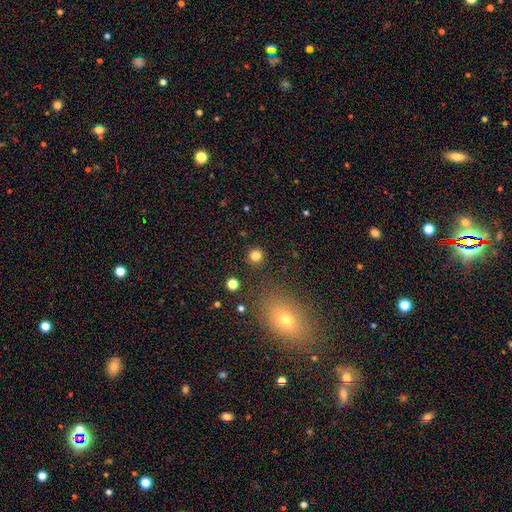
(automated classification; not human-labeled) Q: Smooth or featured?
A: smooth (81%); runner-up: star or artifact (14%)
Q: How rounded?
A: round (93%); runner-up: in between (6%)
Q: Merging?
A: none (90%); runner-up: minor disturbance (5%)